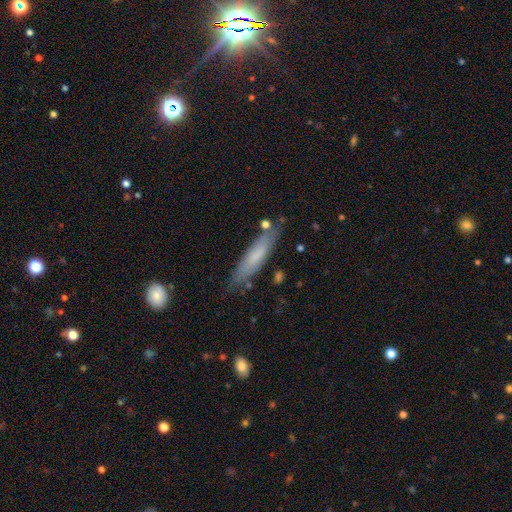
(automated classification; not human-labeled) Smooth or featured?
  - smooth: 62% *
  - featured or disk: 30%
  - star or artifact: 7%
How rounded?
  - cigar-shaped: 81% *
  - in between: 18%
  - round: 2%
Merging?
  - none: 76% *
  - minor disturbance: 17%
  - major disturbance: 4%
  - merger: 3%